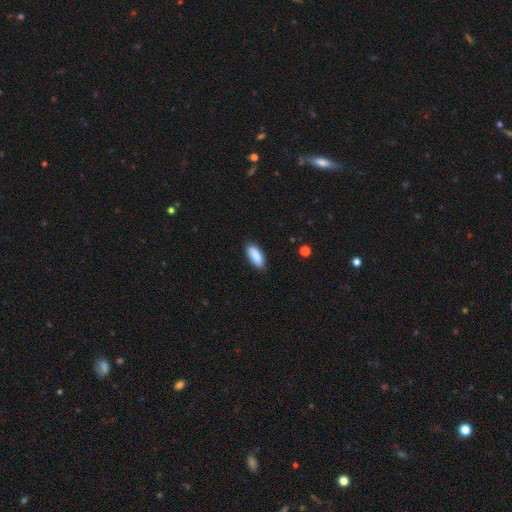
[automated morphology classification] A smooth galaxy with no disk features (87%) that is in between round and cigar-shaped (80%). Merging: none (84%).